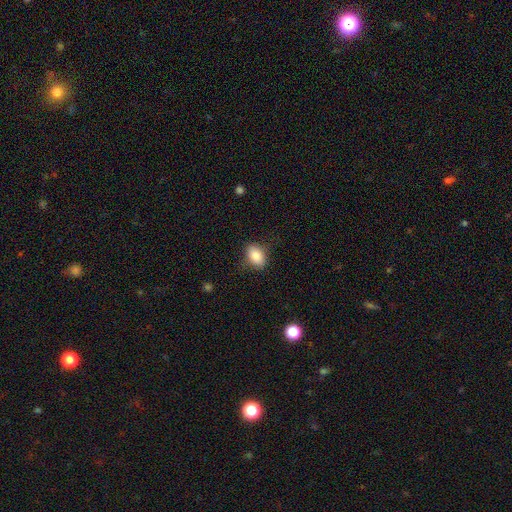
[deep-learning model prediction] A smooth galaxy with no disk features (86%) that is in between round and cigar-shaped (81%).

Vote fractions:
- Smooth or featured? smooth: 86% / star or artifact: 8% / featured or disk: 6%
- How rounded? in between: 81% / round: 17% / cigar-shaped: 2%
- Merging? none: 78% / minor disturbance: 16% / major disturbance: 5% / merger: 1%